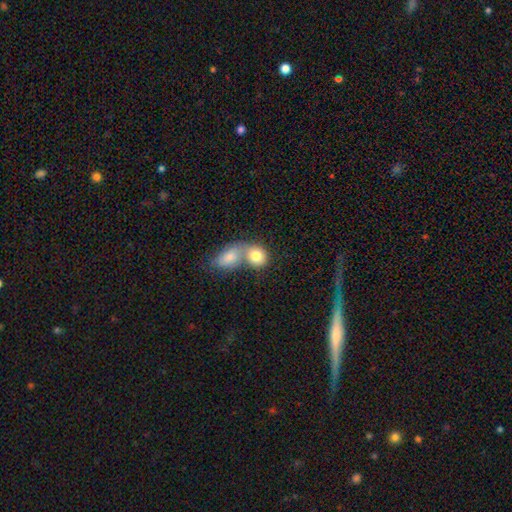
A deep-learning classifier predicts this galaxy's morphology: Smooth or featured? smooth (80%)
How rounded? round (56%)
Merging? merger (63%)